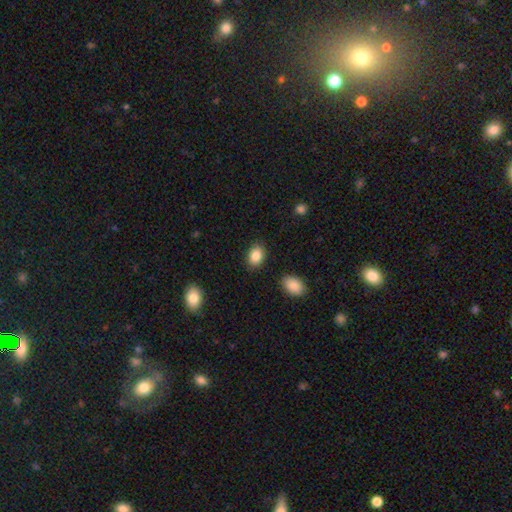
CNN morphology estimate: The model was most divided on "how rounded": in between: 80%, round: 19%, cigar-shaped: 1%. More confident: smooth or featured — smooth (87%); merging — none (87%).